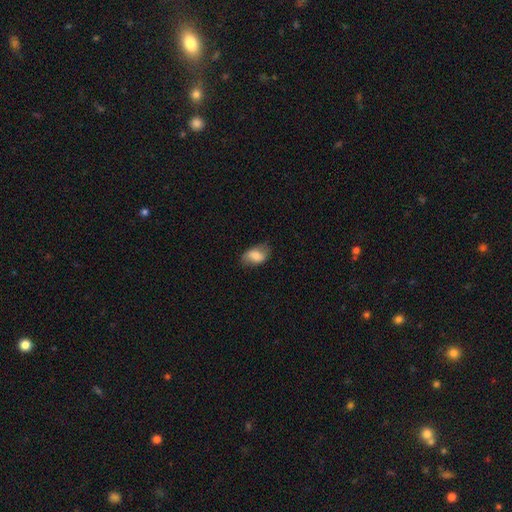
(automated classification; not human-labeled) smooth-or-featured: smooth: 74% | featured or disk: 18% | star or artifact: 8%
  how-rounded: in between: 88% | round: 10% | cigar-shaped: 2%
  merging: none: 66% | minor disturbance: 25% | major disturbance: 7% | merger: 1%